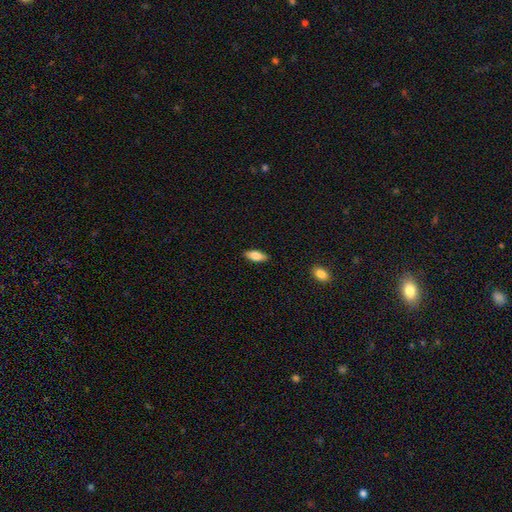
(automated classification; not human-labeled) Morphology: type=smooth (82%); roundness=in between (79%); merging=none (88%).